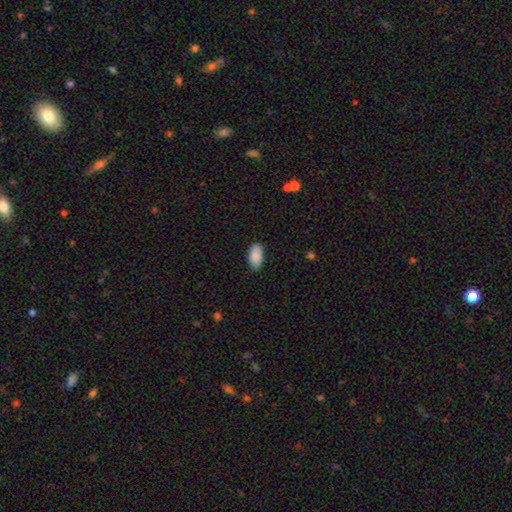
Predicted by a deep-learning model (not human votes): Smooth or featured: smooth — 89% (star or artifact — 6%)
How rounded: in between — 95% (round — 3%)
Merging: none — 86% (minor disturbance — 11%)